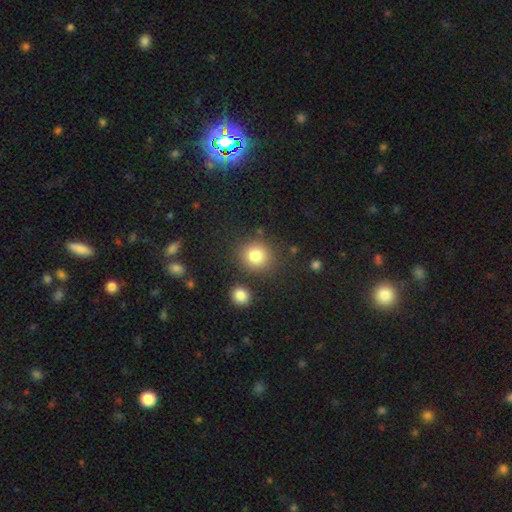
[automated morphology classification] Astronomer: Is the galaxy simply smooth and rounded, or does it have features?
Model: smooth — 82%.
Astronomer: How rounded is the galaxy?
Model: round — 86%.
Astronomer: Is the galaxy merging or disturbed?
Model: none — 81%.